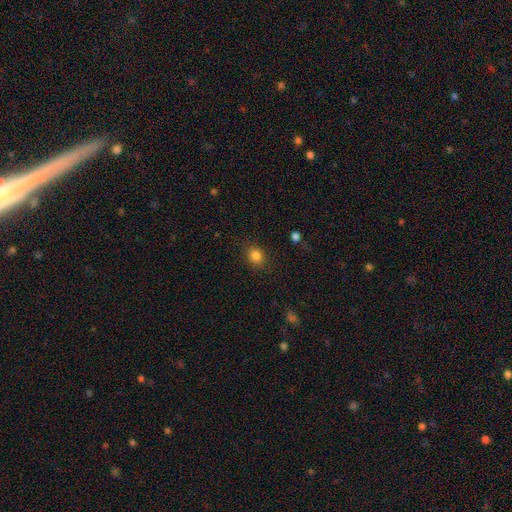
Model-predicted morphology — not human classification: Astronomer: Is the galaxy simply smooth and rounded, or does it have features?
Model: smooth — 83%.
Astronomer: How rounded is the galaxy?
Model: round — 67%.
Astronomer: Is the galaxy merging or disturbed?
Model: none — 85%.